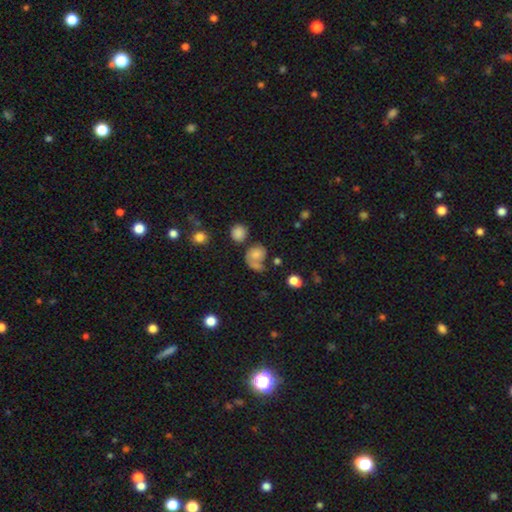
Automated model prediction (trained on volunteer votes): Smooth or featured?
  - smooth: 67% *
  - featured or disk: 20%
  - star or artifact: 12%
How rounded?
  - round: 58% *
  - in between: 41%
  - cigar-shaped: 1%
Merging?
  - none: 32% *
  - merger: 25%
  - major disturbance: 25%
  - minor disturbance: 18%